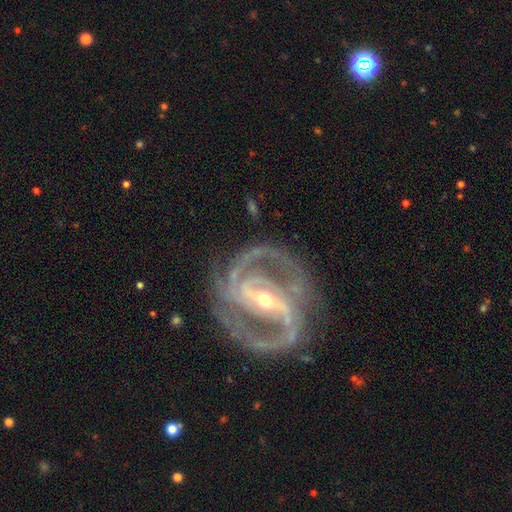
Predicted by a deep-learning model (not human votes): Smooth or featured? featured or disk (93%)
Edge-on disk? no (97%)
Bar? strong (63%)
Spiral arms? yes (98%)
Spiral winding? medium (51%)
Spiral arm count? 2 (61%)
Bulge size? small (48%, tied with moderate)
Merging? none (74%)